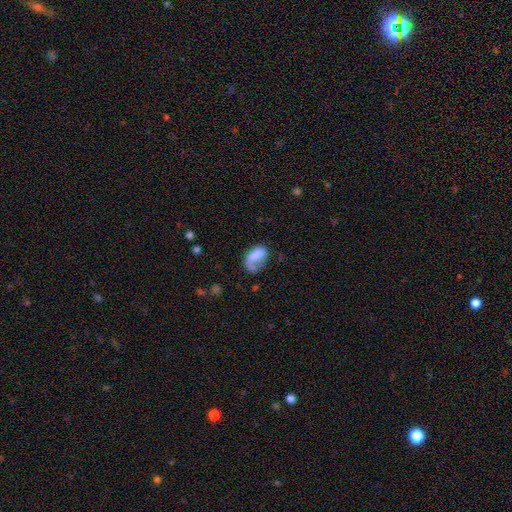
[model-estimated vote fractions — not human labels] Smooth or featured? smooth (67%)
How rounded? in between (89%)
Merging? major disturbance (38%)